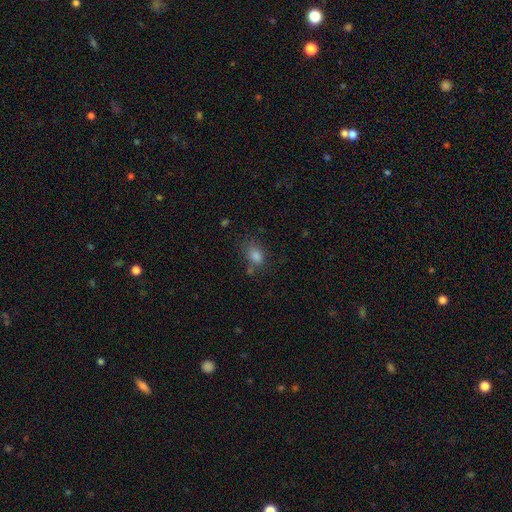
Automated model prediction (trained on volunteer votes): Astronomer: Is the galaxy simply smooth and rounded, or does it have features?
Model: smooth — 80%.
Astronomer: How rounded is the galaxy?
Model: in between — 72%.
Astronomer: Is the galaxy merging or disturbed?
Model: none — 61%.